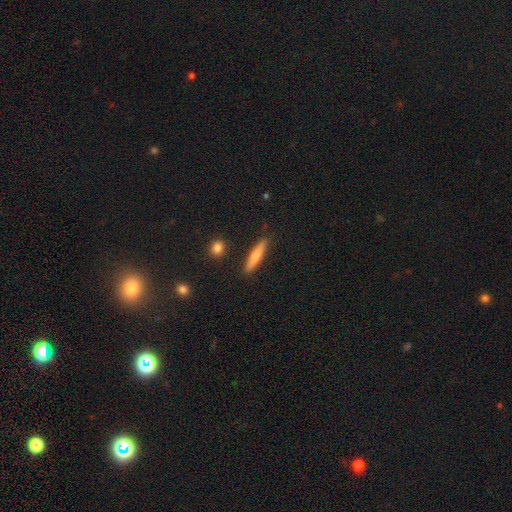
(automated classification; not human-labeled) smooth_or_featured: smooth (p=0.69) [alt: featured or disk p=0.25]
how_rounded: cigar-shaped (p=0.88) [alt: in between p=0.10]
merging: none (p=0.89) [alt: minor disturbance p=0.08]